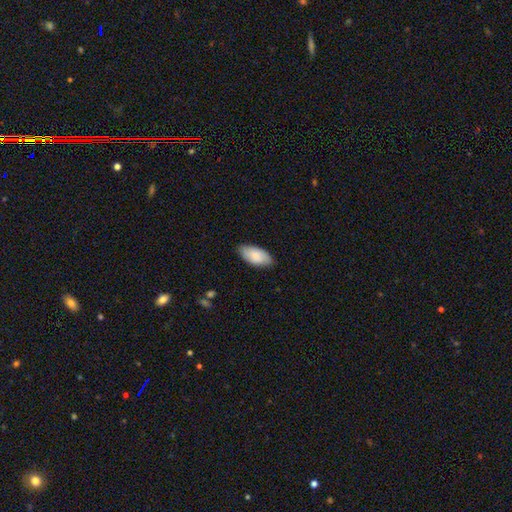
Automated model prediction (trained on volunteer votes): Smooth or featured? Predicted: smooth (p=0.83). How rounded? Predicted: in between (p=0.94). Merging? Predicted: none (p=0.81).